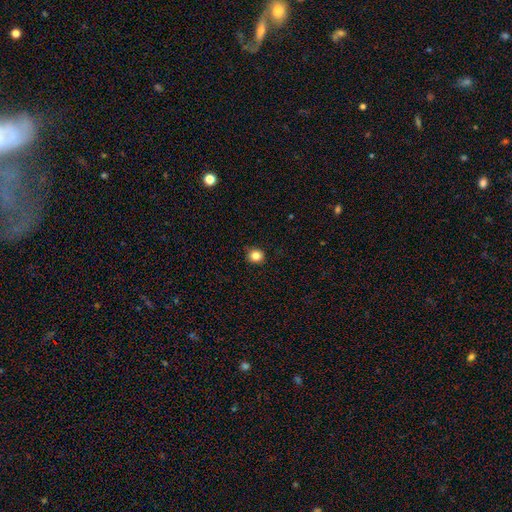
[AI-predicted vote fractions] Morphology: type=smooth (84%); roundness=round (84%); merging=none (88%).